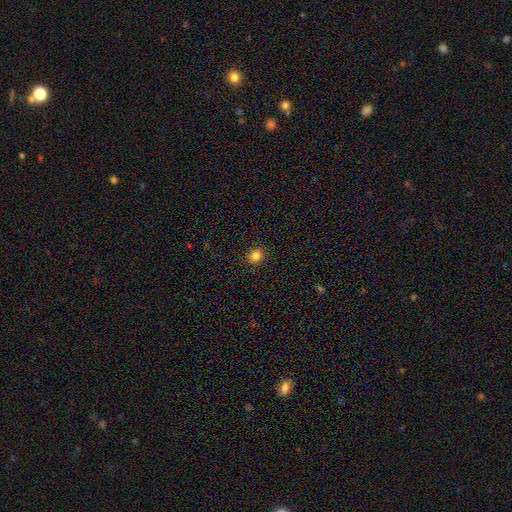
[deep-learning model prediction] A smooth galaxy with no disk features (82%) that is round (84%). Merging: none (91%).